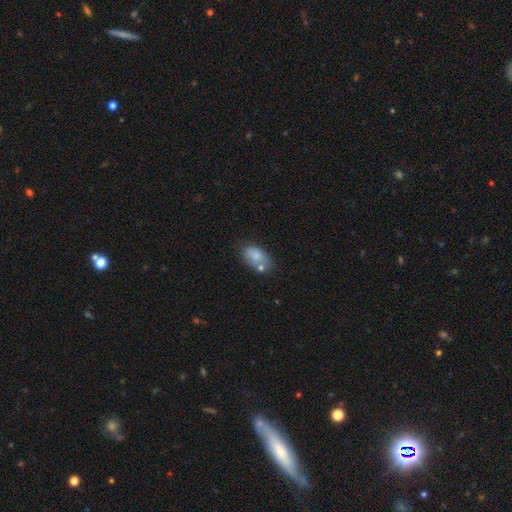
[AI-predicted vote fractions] A smooth galaxy with no disk features (78%) that is in between round and cigar-shaped (88%).

Vote fractions:
- Smooth or featured? smooth: 78% / featured or disk: 14% / star or artifact: 8%
- How rounded? in between: 88% / round: 10% / cigar-shaped: 2%
- Merging? none: 53% / minor disturbance: 22% / merger: 18% / major disturbance: 7%